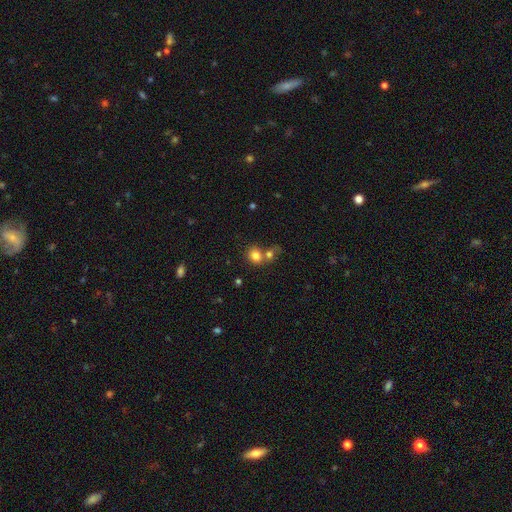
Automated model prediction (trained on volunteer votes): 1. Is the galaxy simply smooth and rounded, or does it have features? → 80% smooth, 12% star or artifact, 8% featured or disk.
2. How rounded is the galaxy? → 74% round, 25% in between, 1% cigar-shaped.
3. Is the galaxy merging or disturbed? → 47% none, 40% merger, 9% minor disturbance, 4% major disturbance.